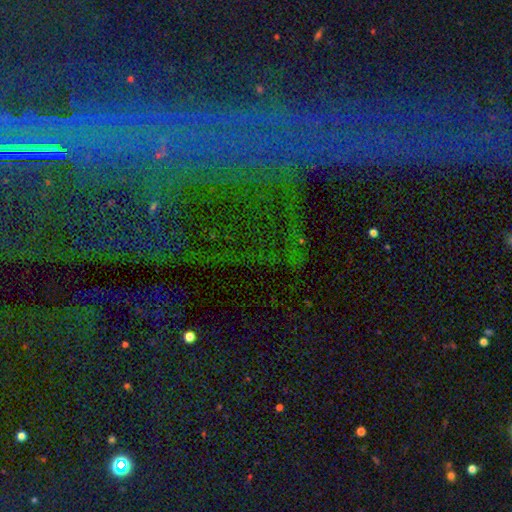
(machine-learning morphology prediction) The model was most divided on "smooth or featured": star or artifact: 75%, featured or disk: 12%, smooth: 12%.